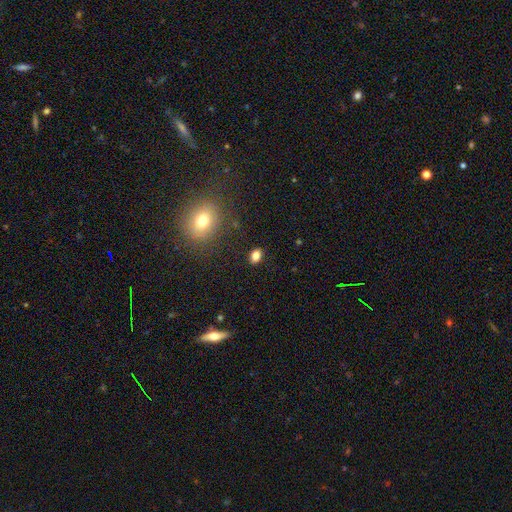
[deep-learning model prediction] A smooth galaxy with no disk features (80%) that is in between round and cigar-shaped (77%). Merging: none (86%).